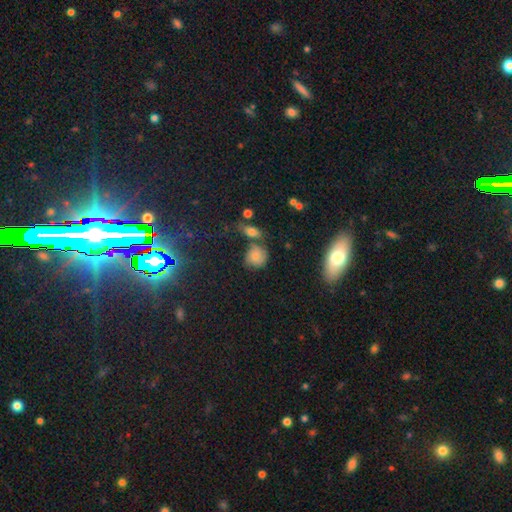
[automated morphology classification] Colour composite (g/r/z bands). It shows a smooth galaxy with no disk features (69%) that is round (74%). Merging: none (58%).